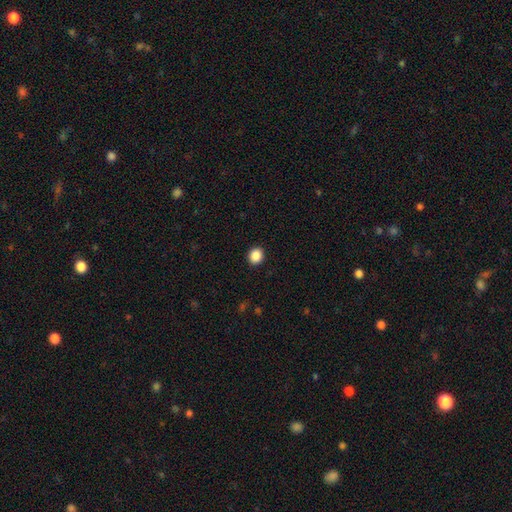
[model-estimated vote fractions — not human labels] A smooth galaxy with no disk features (88%) that is round (76%). Merging: none (92%).